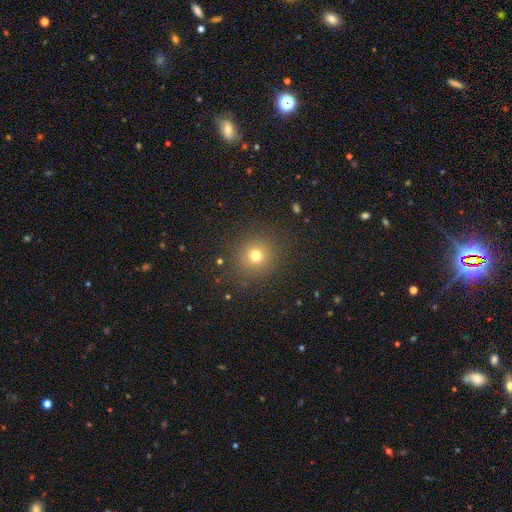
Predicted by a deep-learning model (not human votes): Smooth or featured? Predicted: smooth (p=0.73). How rounded? Predicted: round (p=0.91). Merging? Predicted: none (p=0.87).